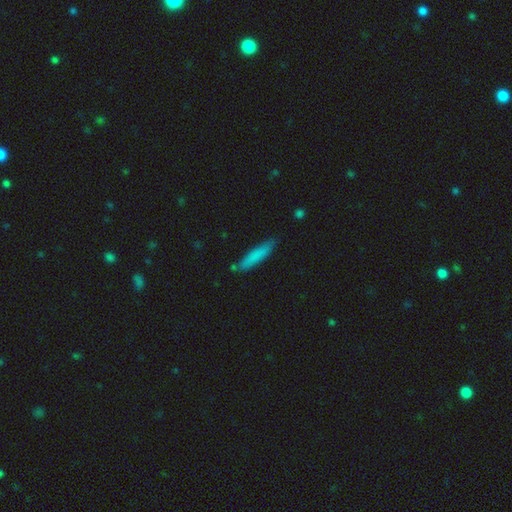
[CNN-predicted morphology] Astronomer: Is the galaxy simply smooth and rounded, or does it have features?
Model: smooth — 80%.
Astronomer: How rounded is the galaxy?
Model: cigar-shaped — 86%.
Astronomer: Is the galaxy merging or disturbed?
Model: none — 81%.